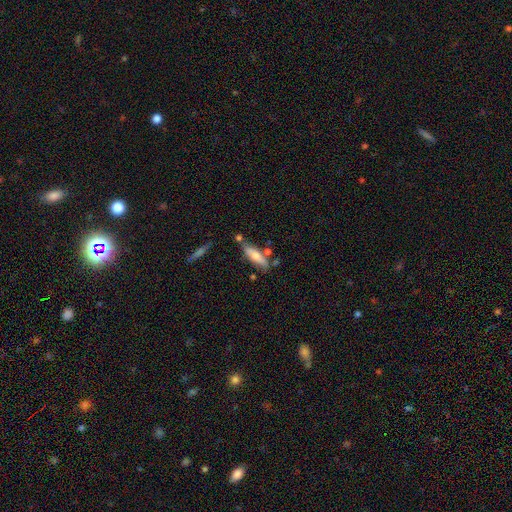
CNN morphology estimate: Smooth or featured: smooth — 62% (featured or disk — 32%)
How rounded: cigar-shaped — 65% (in between — 33%)
Merging: none — 66% (minor disturbance — 18%)